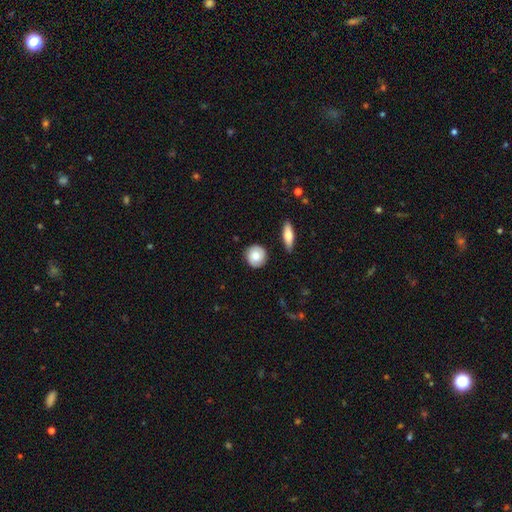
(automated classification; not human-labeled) The model was most divided on "smooth or featured": smooth: 74%, featured or disk: 19%, star or artifact: 6%. More confident: how rounded — round (88%); merging — none (84%).